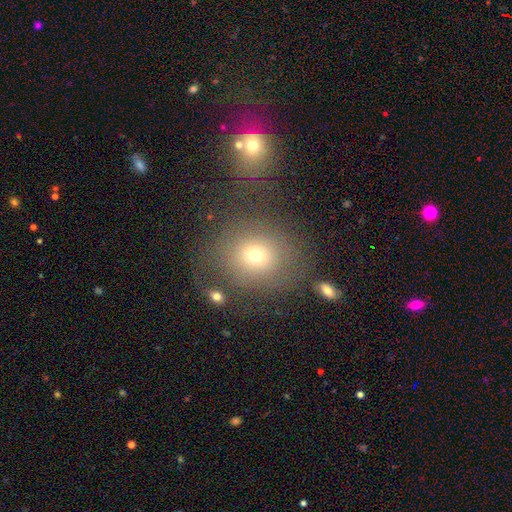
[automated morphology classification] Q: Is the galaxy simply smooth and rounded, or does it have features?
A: smooth — 68%.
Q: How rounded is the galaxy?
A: round — 75%.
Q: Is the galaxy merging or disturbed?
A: none — 67%.